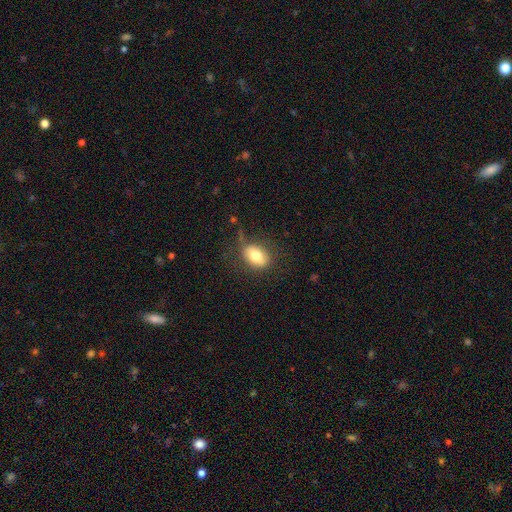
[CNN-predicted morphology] This is likely a smooth galaxy (73%). How rounded: likely in between (76%). Merging: likely none (69%).